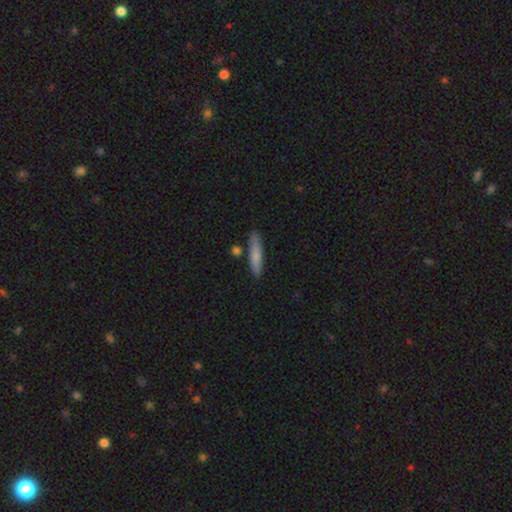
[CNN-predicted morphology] This appears to be a smooth galaxy with no disk features (73%) that is cigar-shaped (85%). Merging: none (80%).